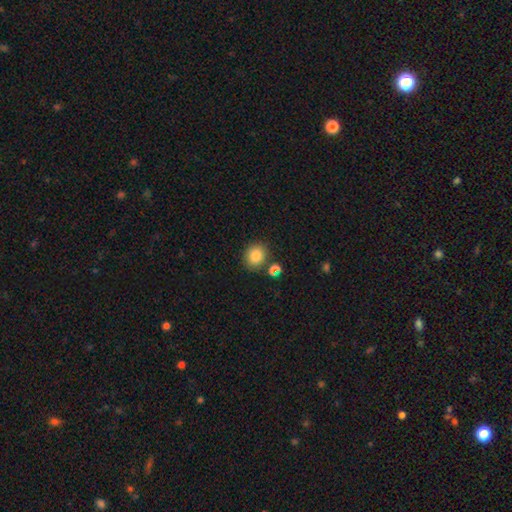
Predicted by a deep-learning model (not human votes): The model was most divided on "how rounded": round: 75%, in between: 24%, cigar-shaped: 1%. More confident: smooth or featured — smooth (83%); merging — none (80%).